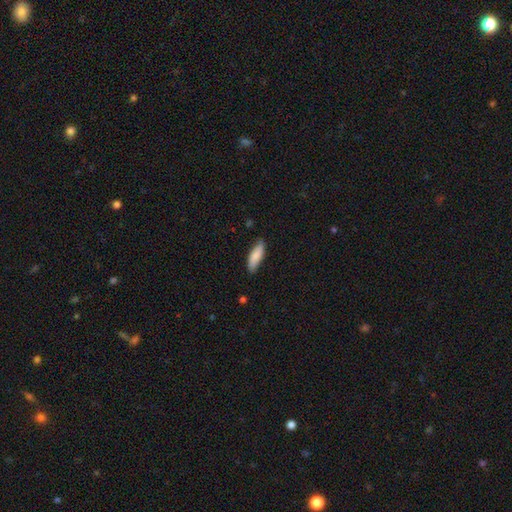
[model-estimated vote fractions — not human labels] The model was most divided on "how rounded": in between: 55%, cigar-shaped: 44%, round: 2%. More confident: smooth or featured — smooth (83%); merging — none (79%).